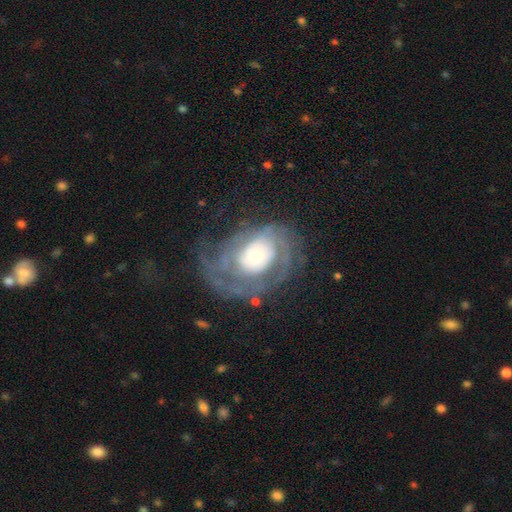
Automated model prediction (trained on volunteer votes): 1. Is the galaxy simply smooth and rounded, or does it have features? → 78% featured or disk, 16% smooth, 6% star or artifact.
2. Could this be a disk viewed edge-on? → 96% no, 4% yes.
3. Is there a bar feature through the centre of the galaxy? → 80% no, 16% weak, 4% strong.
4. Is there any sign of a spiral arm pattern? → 81% yes, 19% no.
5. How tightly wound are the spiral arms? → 56% tight, 29% medium, 15% loose.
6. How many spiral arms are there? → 41% can't tell, 27% 2, 12% 3, 9% 1, 6% 4, 5% more than 4.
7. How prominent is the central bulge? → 46% moderate, 38% small, 12% large, 2% dominant, 1% none.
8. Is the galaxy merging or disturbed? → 53% none, 25% major disturbance, 20% minor disturbance, 2% merger.